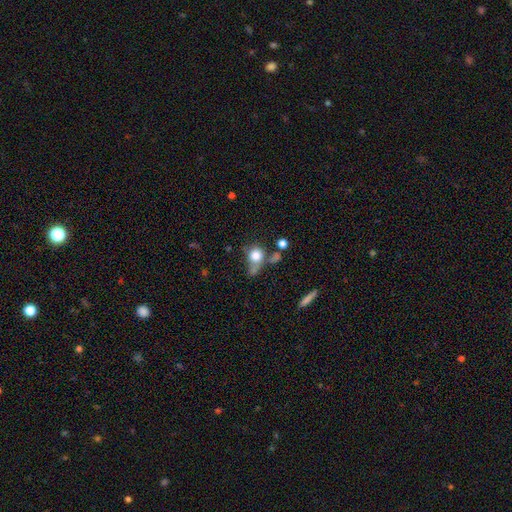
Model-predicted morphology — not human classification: type=smooth (76%); roundness=round (72%); merging=none (35%).